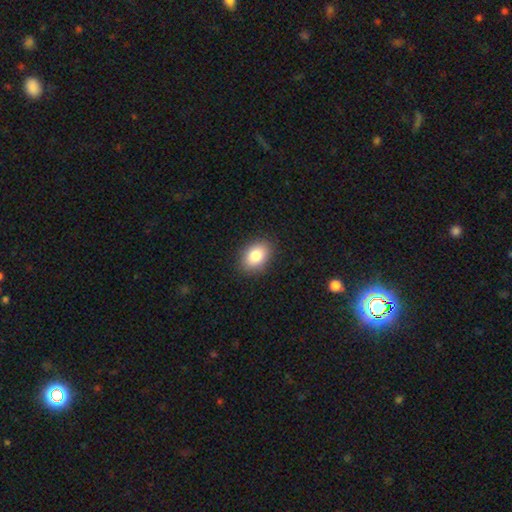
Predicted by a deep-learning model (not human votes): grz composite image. It shows a smooth galaxy with no disk features (84%) that is in between round and cigar-shaped (82%). Merging: none (88%).